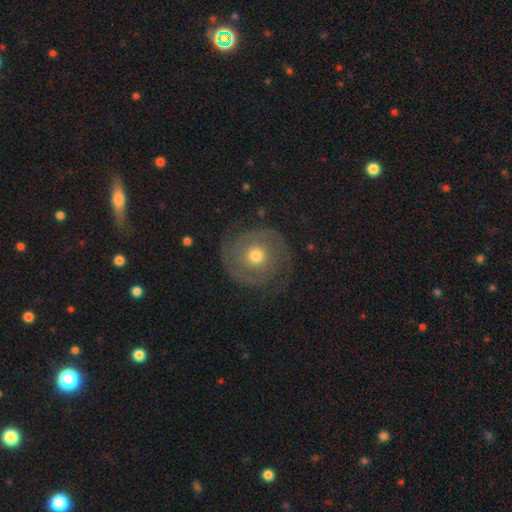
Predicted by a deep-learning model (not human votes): Smooth or featured: featured or disk — 67% (smooth — 26%)
Edge-on disk: no — 97% (yes — 3%)
Bar: no — 84% (weak — 13%)
Spiral arms: yes — 80% (no — 20%)
Spiral winding: tight — 58% (medium — 29%)
Spiral arm count: 2 — 59% (can't tell — 21%)
Bulge size: moderate — 70% (small — 21%)
Merging: none — 73% (minor disturbance — 15%)